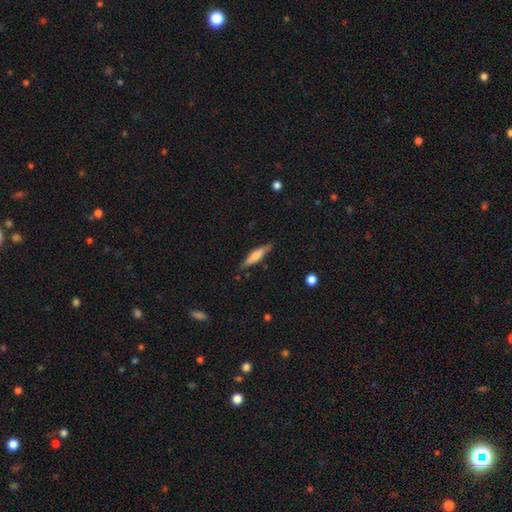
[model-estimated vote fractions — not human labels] Smooth or featured?
  - smooth: 65% *
  - featured or disk: 29%
  - star or artifact: 6%
How rounded?
  - cigar-shaped: 77% *
  - in between: 21%
  - round: 2%
Merging?
  - none: 79% *
  - minor disturbance: 16%
  - major disturbance: 3%
  - merger: 2%